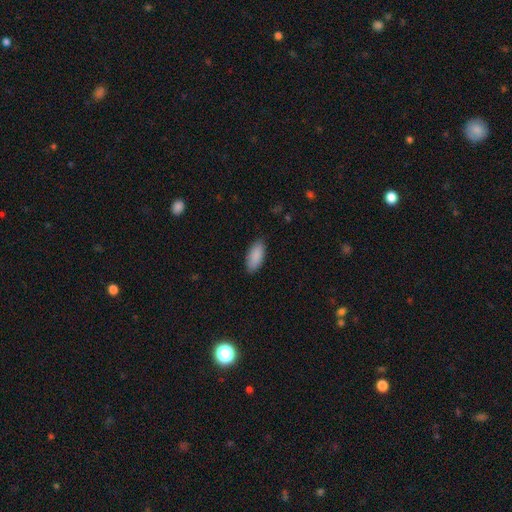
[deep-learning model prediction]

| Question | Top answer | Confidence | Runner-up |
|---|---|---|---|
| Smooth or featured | smooth | 90% | star or artifact (6%) |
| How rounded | in between | 88% | cigar-shaped (10%) |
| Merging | none | 86% | minor disturbance (11%) |